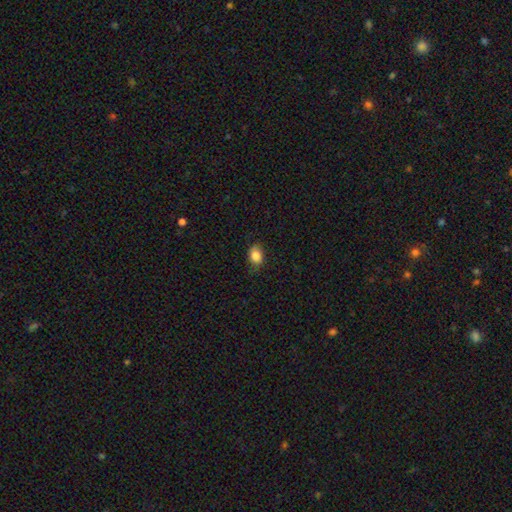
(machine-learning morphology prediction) This appears to be a smooth galaxy with no disk features (85%) that is in between round and cigar-shaped (71%). Merging: none (78%).